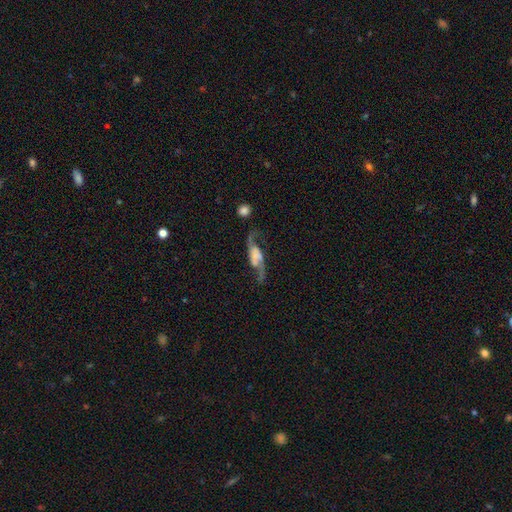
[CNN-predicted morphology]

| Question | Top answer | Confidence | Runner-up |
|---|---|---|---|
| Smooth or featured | featured or disk | 83% | smooth (11%) |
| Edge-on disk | no | 91% | yes (9%) |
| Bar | no | 46% | weak (34%) |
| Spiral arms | yes | 94% | no (6%) |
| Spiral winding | loose | 80% | medium (16%) |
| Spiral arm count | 2 | 92% | 1 (3%) |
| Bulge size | none | 43% | small (27%) |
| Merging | none | 59% | minor disturbance (18%) |